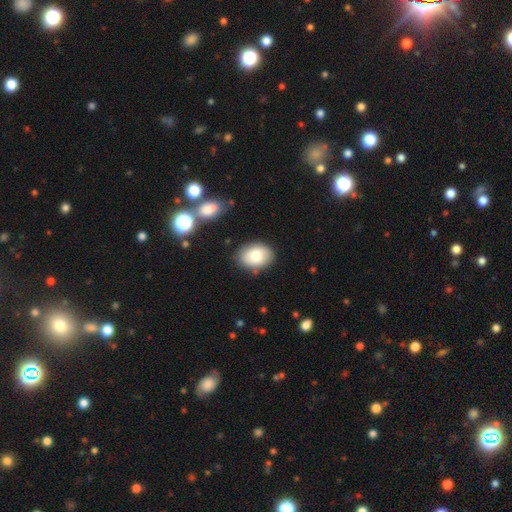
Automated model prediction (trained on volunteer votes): This is clearly a smooth galaxy (80%). How rounded: likely in between (75%). Merging: clearly none (80%).